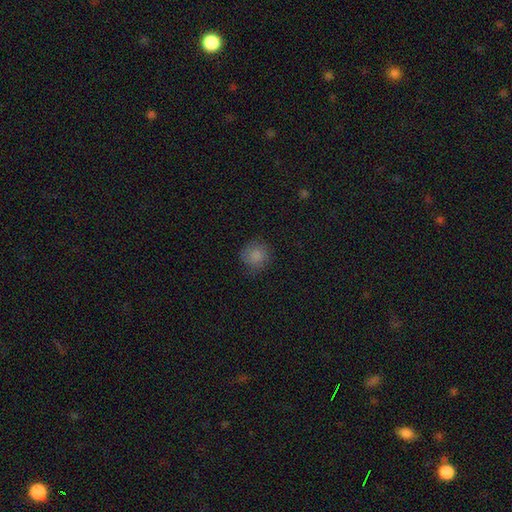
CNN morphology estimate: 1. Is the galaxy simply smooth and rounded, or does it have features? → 84% smooth, 11% star or artifact, 5% featured or disk.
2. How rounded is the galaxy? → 90% round, 9% in between, 1% cigar-shaped.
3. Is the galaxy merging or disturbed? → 79% none, 16% minor disturbance, 4% major disturbance, 1% merger.